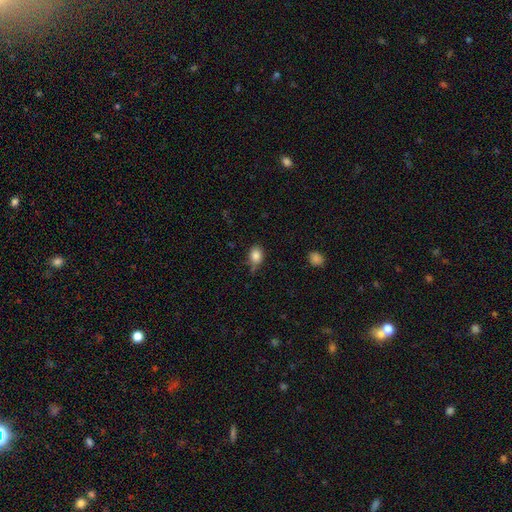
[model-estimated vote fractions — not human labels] smooth_or_featured: smooth (p=0.84) [alt: star or artifact p=0.10]
how_rounded: in between (p=0.62) [alt: round p=0.37]
merging: none (p=0.60) [alt: minor disturbance p=0.30]